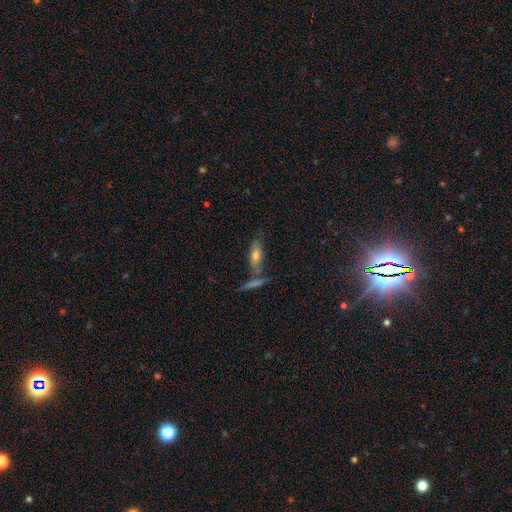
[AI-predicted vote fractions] smooth-or-featured: smooth: 57% | featured or disk: 34% | star or artifact: 9%
  how-rounded: in between: 57% | cigar-shaped: 40% | round: 3%
  merging: none: 61% | merger: 19% | minor disturbance: 15% | major disturbance: 5%